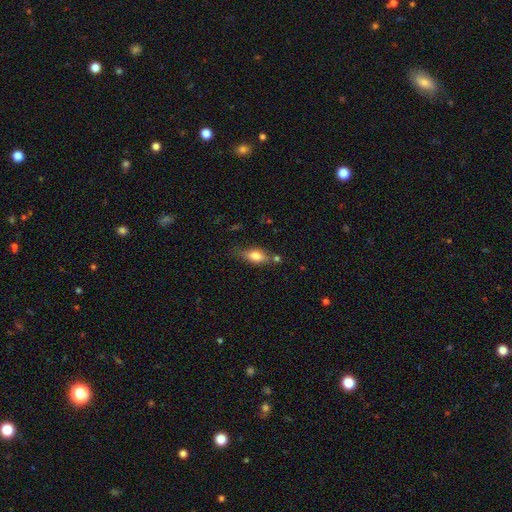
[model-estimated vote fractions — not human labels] This appears to be a smooth galaxy with no disk features (66%) that is in between round and cigar-shaped (74%). Merging: none (63%).